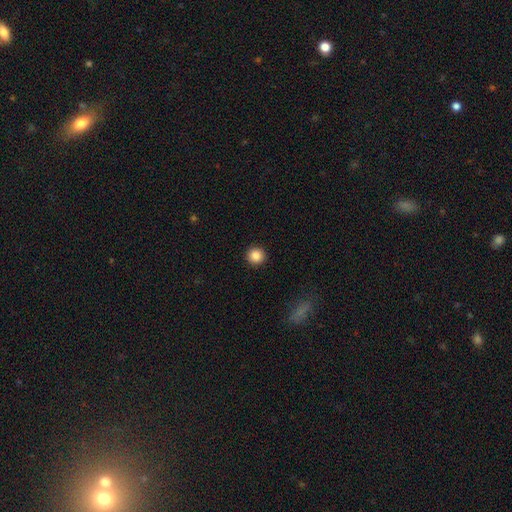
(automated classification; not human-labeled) Smooth or featured? smooth (87%)
How rounded? round (94%)
Merging? none (93%)